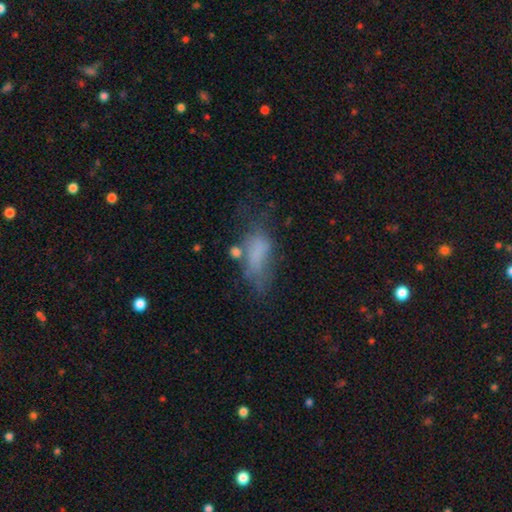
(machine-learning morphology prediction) smooth-or-featured: smooth: 58% | featured or disk: 28% | star or artifact: 14%
  how-rounded: in between: 80% | cigar-shaped: 15% | round: 5%
  merging: major disturbance: 33% | none: 32% | minor disturbance: 26% | merger: 10%